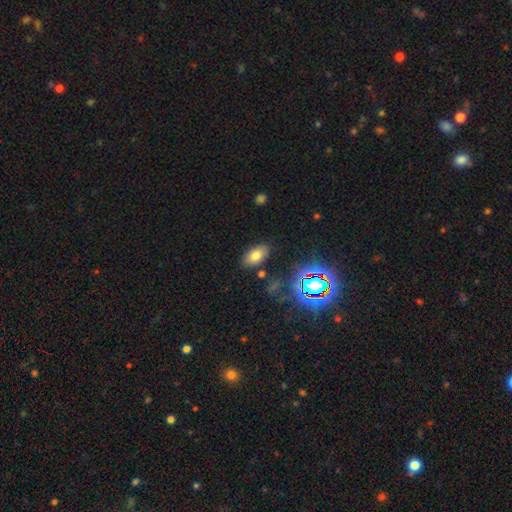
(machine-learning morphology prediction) This appears to be a smooth galaxy with no disk features (72%) that is in between round and cigar-shaped (92%). Merging: none (84%).